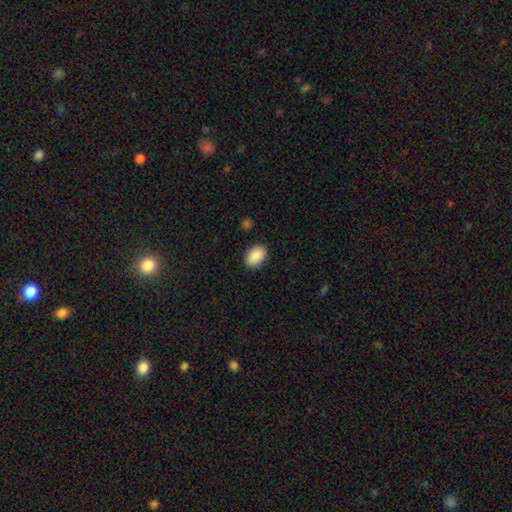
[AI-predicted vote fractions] Q: Smooth or featured?
A: smooth (88%); runner-up: star or artifact (7%)
Q: How rounded?
A: in between (88%); runner-up: round (11%)
Q: Merging?
A: none (88%); runner-up: minor disturbance (8%)